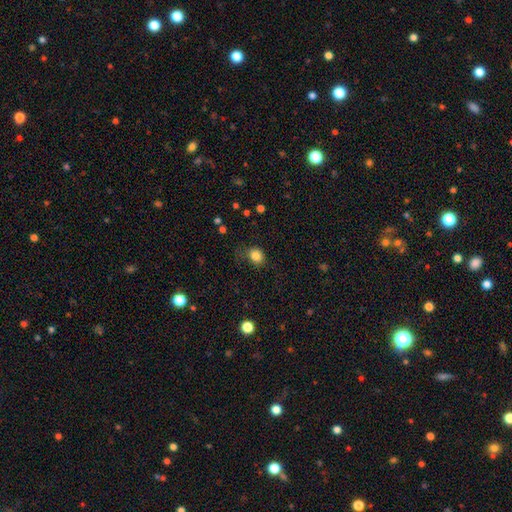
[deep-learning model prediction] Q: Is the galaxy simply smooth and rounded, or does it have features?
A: smooth — 83%.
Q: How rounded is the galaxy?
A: round — 67%.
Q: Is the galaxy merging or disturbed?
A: none — 67%.